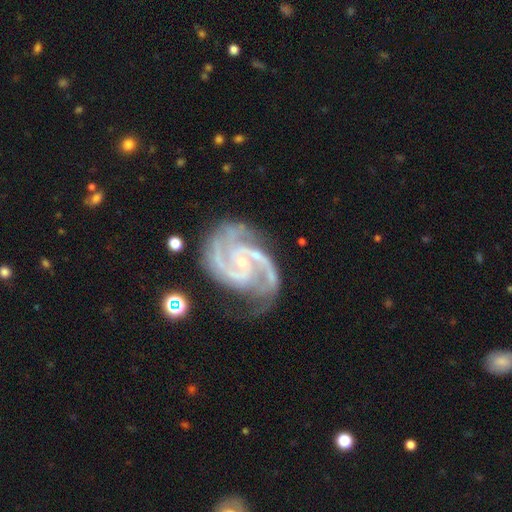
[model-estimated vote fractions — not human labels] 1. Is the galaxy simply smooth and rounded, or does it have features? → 93% featured or disk, 4% star or artifact, 3% smooth.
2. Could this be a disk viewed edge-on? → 98% no, 2% yes.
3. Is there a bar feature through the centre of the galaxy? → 50% no, 37% weak, 13% strong.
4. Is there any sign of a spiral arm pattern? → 98% yes, 2% no.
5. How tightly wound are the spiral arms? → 53% medium, 36% tight, 11% loose.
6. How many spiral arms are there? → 60% 2, 20% 3, 6% can't tell, 5% 4, 4% 1, 4% more than 4.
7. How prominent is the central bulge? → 67% small, 29% moderate, 2% none, 1% large, 1% dominant.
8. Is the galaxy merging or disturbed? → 57% none, 25% minor disturbance, 15% major disturbance, 4% merger.